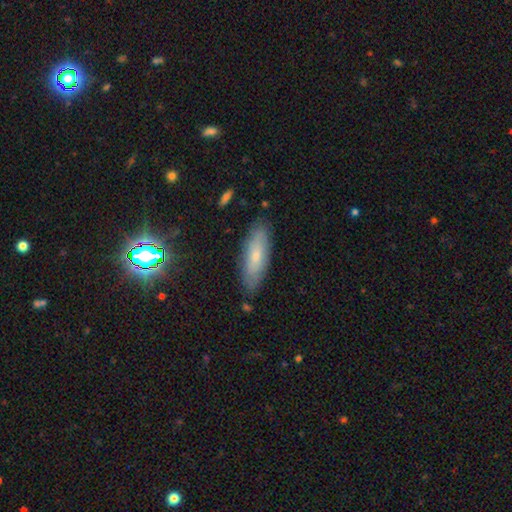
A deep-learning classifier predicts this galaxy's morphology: type=smooth (62%); roundness=in between (50%); merging=none (83%).